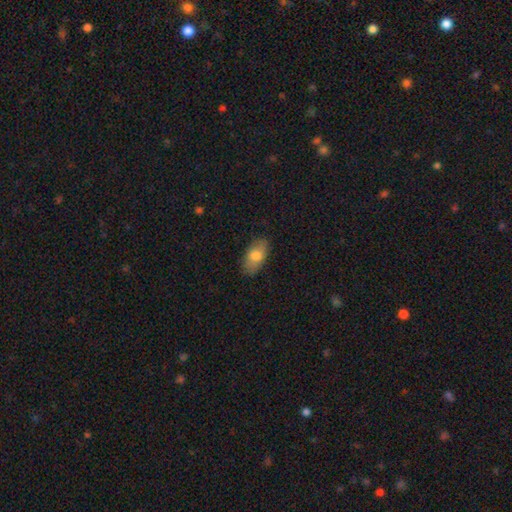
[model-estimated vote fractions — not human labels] Overall: smooth (76%). How rounded: in between (93%). Merging: none (83%).